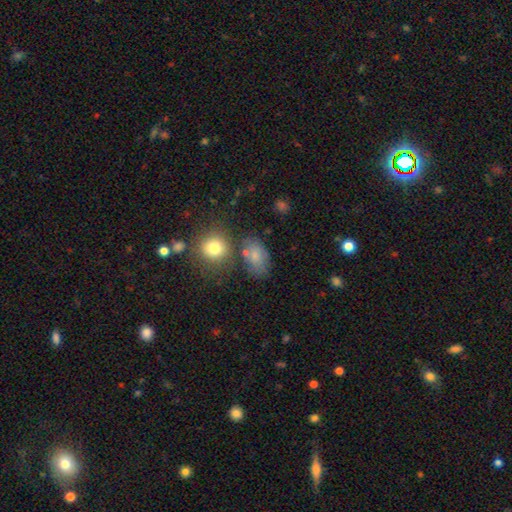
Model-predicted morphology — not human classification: smooth-or-featured: smooth: 76% | star or artifact: 12% | featured or disk: 12%
  how-rounded: in between: 80% | round: 18% | cigar-shaped: 2%
  merging: none: 60% | minor disturbance: 19% | merger: 13% | major disturbance: 8%